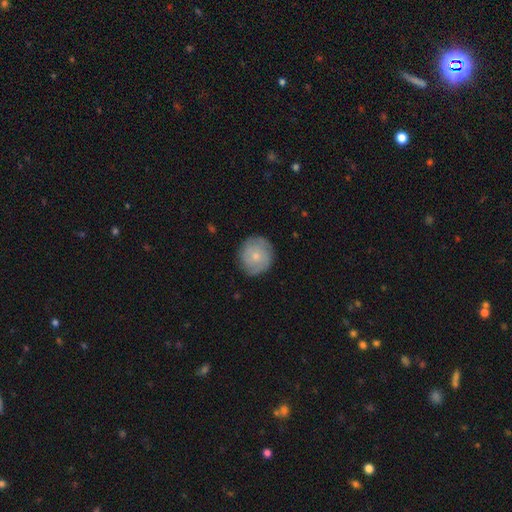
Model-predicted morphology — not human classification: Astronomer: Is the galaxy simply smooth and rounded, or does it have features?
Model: smooth — 58% (runner-up: featured or disk, 36%).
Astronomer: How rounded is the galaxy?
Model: round — 86%.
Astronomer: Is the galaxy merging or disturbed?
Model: none — 81%.